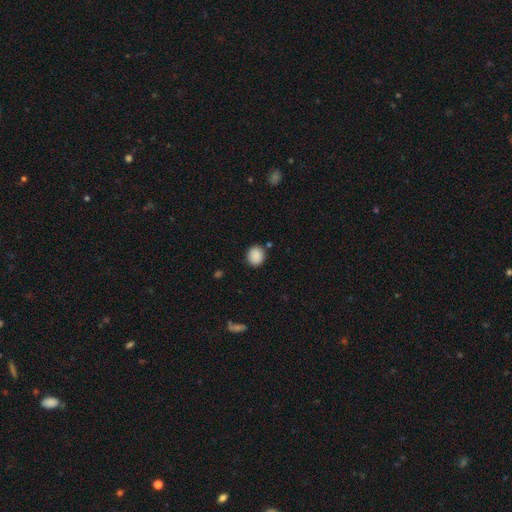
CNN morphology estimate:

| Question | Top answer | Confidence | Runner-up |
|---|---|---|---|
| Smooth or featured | smooth | 89% | star or artifact (8%) |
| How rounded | round | 76% | in between (23%) |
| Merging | none | 84% | minor disturbance (10%) |